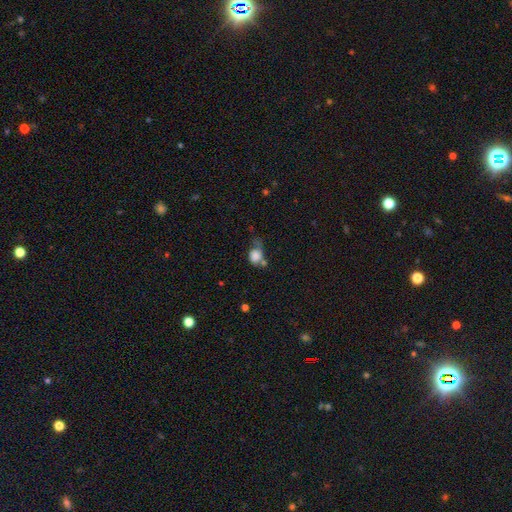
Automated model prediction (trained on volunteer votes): The model was most divided on "how rounded" (2-way tie): in between: 49%, round: 49%, cigar-shaped: 2%; "merging" (2-way tie): major disturbance: 27%, minor disturbance: 27%, none: 25%, merger: 20%. More confident: smooth or featured — smooth (75%).